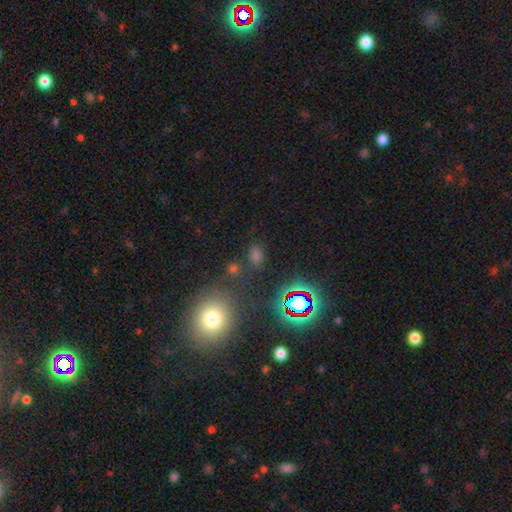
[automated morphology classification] Overall: smooth (52%; star or artifact 40%). How rounded: in between (56%; round 40%). Merging: none (77%).